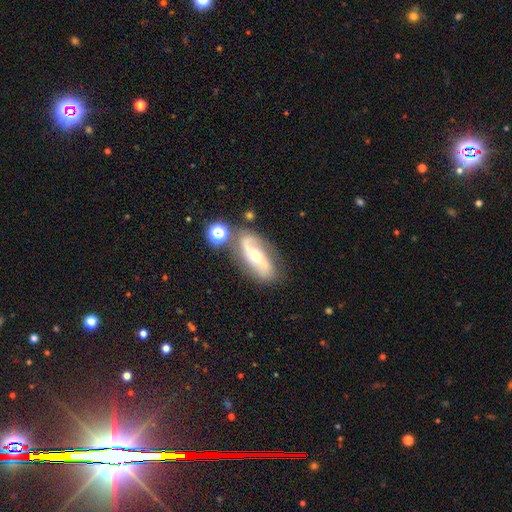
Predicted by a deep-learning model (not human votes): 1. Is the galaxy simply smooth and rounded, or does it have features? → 75% featured or disk, 17% smooth, 8% star or artifact.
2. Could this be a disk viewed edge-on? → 89% no, 11% yes.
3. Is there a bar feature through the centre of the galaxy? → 50% no, 28% weak, 22% strong.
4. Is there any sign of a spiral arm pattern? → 88% yes, 12% no.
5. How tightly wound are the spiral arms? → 44% loose, 37% medium, 19% tight.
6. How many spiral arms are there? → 81% 2, 8% can't tell, 7% 1, 1% 3, 1% 4, 1% more than 4.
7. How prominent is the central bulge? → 60% moderate, 34% small, 4% large, 1% none, 1% dominant.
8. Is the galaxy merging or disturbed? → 66% none, 18% minor disturbance, 8% merger, 8% major disturbance.